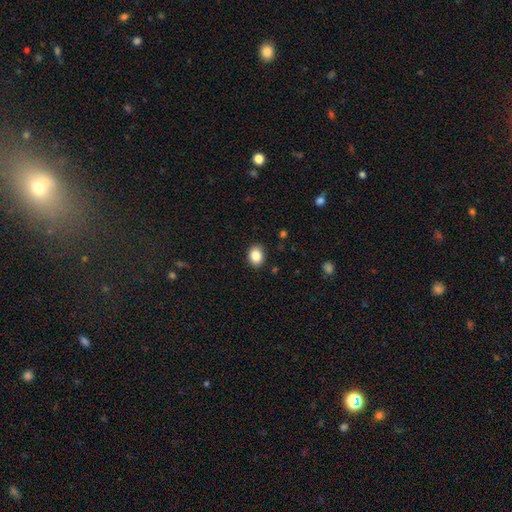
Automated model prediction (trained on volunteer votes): A smooth galaxy with no disk features (86%) that is in between round and cigar-shaped (50%). Merging: none (88%).